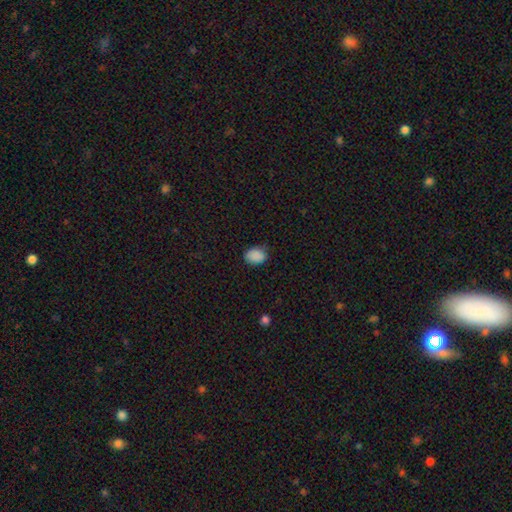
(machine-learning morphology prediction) smooth 88%, star or artifact 9%, featured or disk 3%. Down the decision tree: how rounded — in between (70%); merging — none (76%).